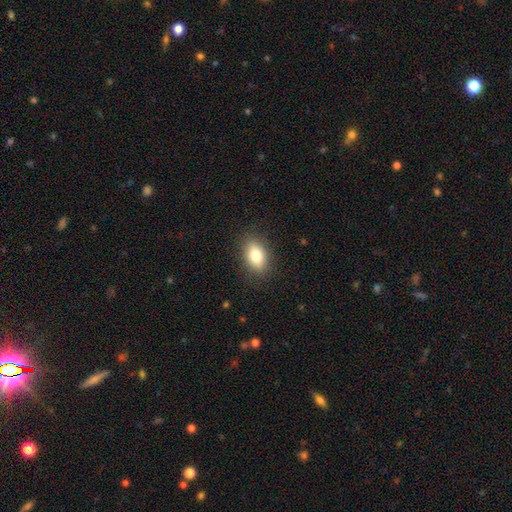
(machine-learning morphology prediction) smooth 82%, featured or disk 10%, star or artifact 8%. Down the decision tree: how rounded — in between (86%); merging — none (87%).